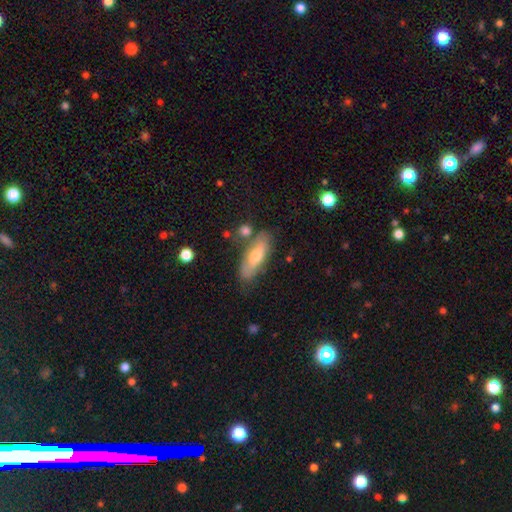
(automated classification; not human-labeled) A smooth galaxy with no disk features (59%) that is in between round and cigar-shaped (59%). Merging: none (70%).